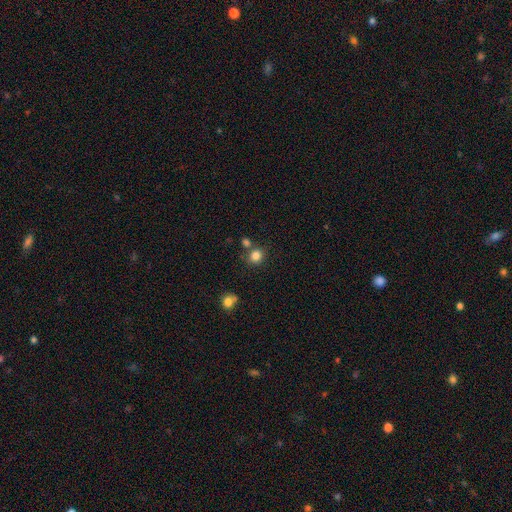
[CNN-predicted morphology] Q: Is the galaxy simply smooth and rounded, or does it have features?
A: smooth — 83%.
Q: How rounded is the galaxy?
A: round — 84%.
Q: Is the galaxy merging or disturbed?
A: none — 72%.